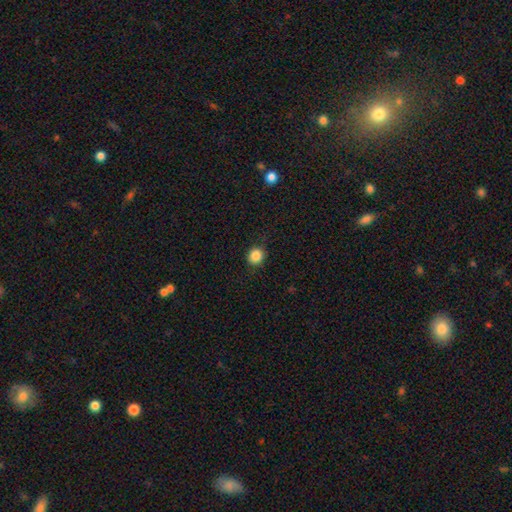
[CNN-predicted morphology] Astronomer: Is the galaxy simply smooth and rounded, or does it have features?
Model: smooth — 87%.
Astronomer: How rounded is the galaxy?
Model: round — 84%.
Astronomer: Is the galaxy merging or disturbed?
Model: none — 88%.